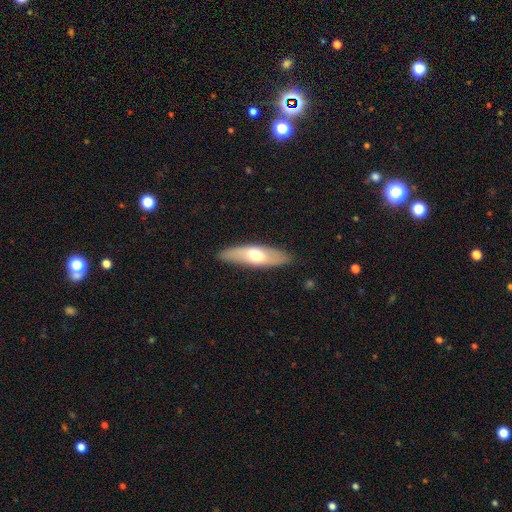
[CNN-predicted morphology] This is possibly a smooth galaxy (56%). How rounded: possibly cigar-shaped (52%). Merging: clearly none (86%).